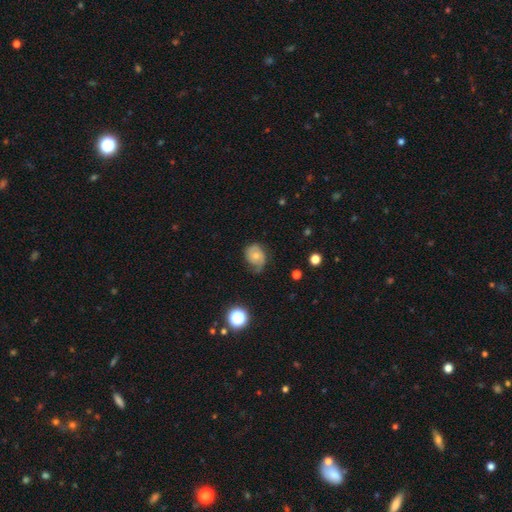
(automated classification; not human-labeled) Q: Smooth or featured?
A: featured or disk (60%); runner-up: smooth (32%)
Q: Edge-on disk?
A: no (97%); runner-up: yes (3%)
Q: Bar?
A: no (76%); runner-up: weak (20%)
Q: Spiral arms?
A: yes (86%); runner-up: no (14%)
Q: Bulge size?
A: moderate (48%); runner-up: small (45%)
Q: Merging?
A: none (50%); runner-up: minor disturbance (31%)